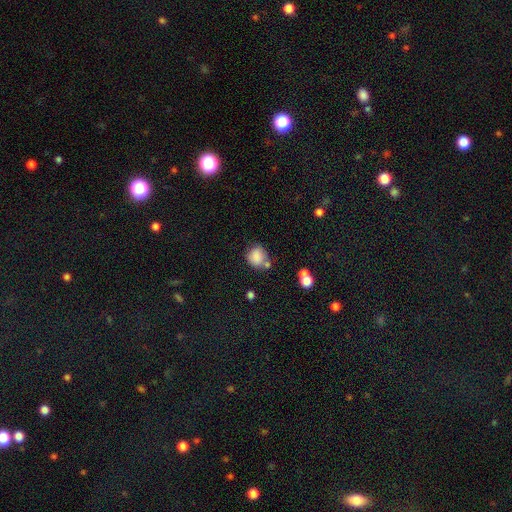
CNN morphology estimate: This appears to be a smooth galaxy with no disk features (83%) that is round (72%). Merging: none (55%).